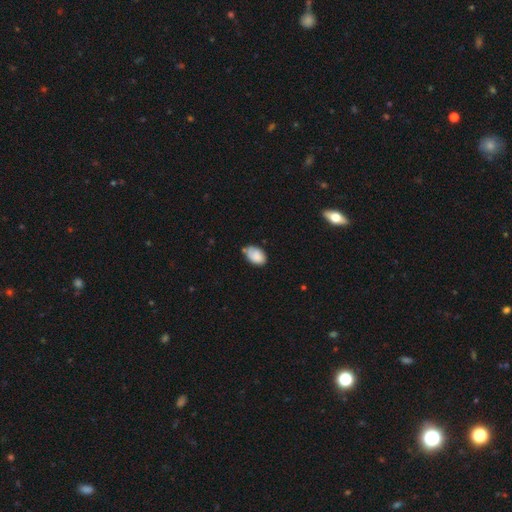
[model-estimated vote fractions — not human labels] Smooth or featured?
  - smooth: 82% *
  - featured or disk: 10%
  - star or artifact: 7%
How rounded?
  - in between: 90% *
  - round: 9%
  - cigar-shaped: 1%
Merging?
  - none: 57% *
  - minor disturbance: 32%
  - major disturbance: 6%
  - merger: 5%